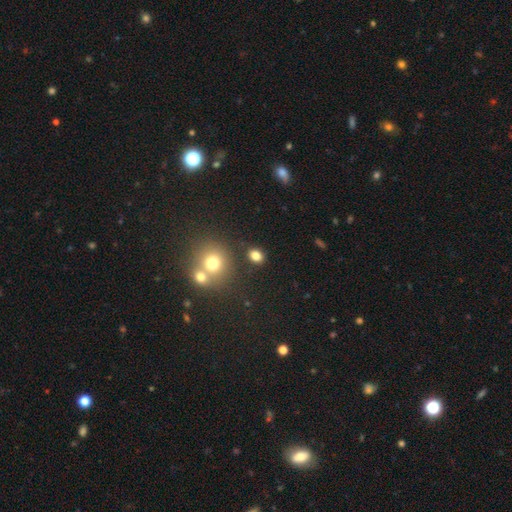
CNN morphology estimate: This appears to be a smooth galaxy with no disk features (80%) that is round (51%). Merging: none (79%).